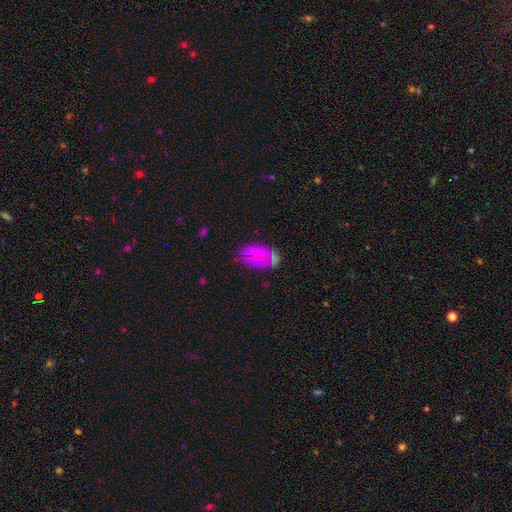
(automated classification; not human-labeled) Smooth or featured?
  - smooth: 62% *
  - featured or disk: 26%
  - star or artifact: 11%
How rounded?
  - in between: 91% *
  - round: 7%
  - cigar-shaped: 2%
Merging?
  - none: 52% *
  - minor disturbance: 27%
  - major disturbance: 11%
  - merger: 10%